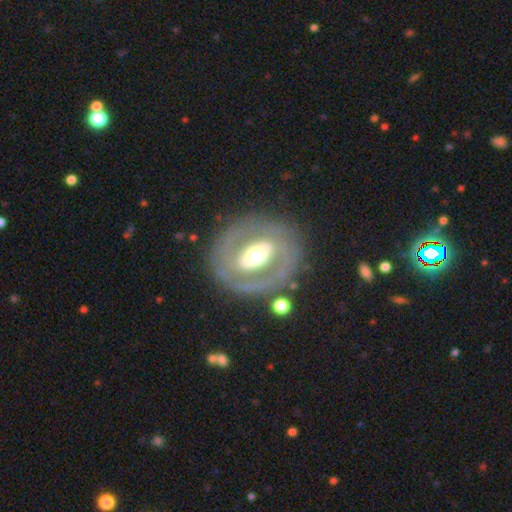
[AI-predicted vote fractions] Smooth or featured? featured or disk (73%)
Edge-on disk? no (94%)
Bar? strong (47%)
Spiral arms? no (52%)
Bulge size? moderate (61%)
Merging? none (78%)